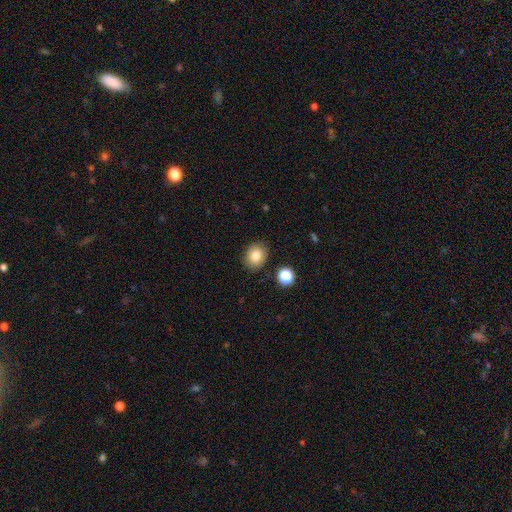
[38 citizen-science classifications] A smooth galaxy with no disk features (92%) that is round (54%). Merging: none (86%).